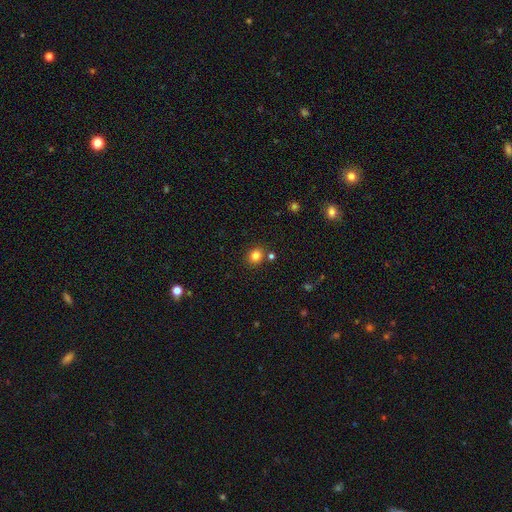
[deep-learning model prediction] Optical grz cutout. It shows a smooth galaxy with no disk features (82%) that is round (71%). Merging: none (81%).